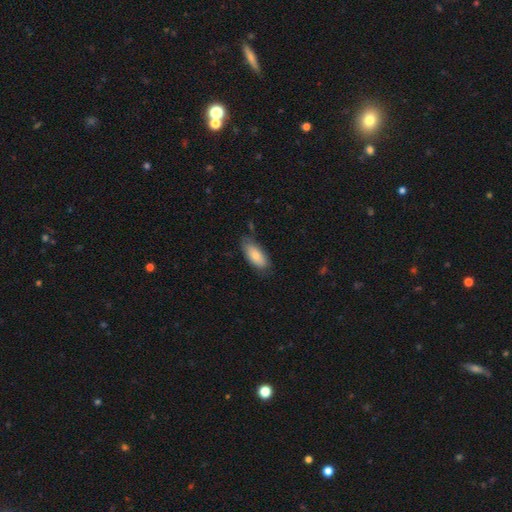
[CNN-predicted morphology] type=smooth (81%); roundness=in between (85%); merging=none (72%).